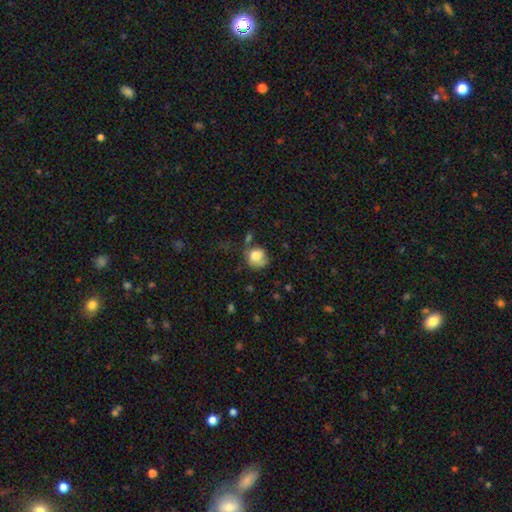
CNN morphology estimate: Smooth or featured?
  - smooth: 74% *
  - featured or disk: 17%
  - star or artifact: 9%
How rounded?
  - round: 71% *
  - in between: 28%
  - cigar-shaped: 1%
Merging?
  - none: 42% *
  - minor disturbance: 29%
  - major disturbance: 19%
  - merger: 9%